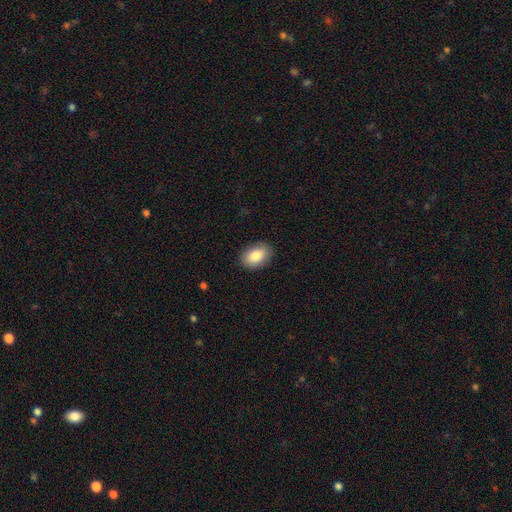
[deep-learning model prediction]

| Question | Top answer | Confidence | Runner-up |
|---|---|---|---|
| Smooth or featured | smooth | 85% | featured or disk (8%) |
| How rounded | in between | 89% | round (10%) |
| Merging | none | 88% | minor disturbance (9%) |